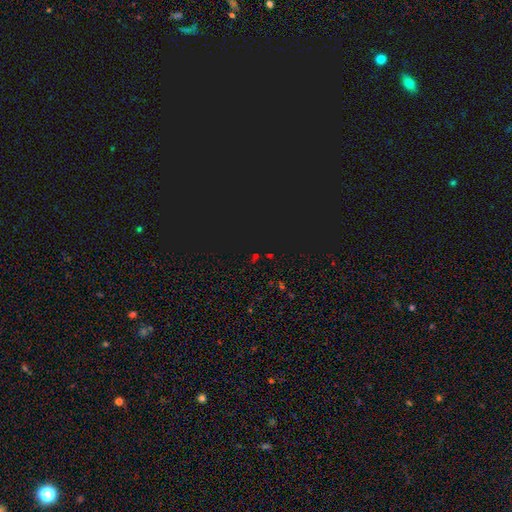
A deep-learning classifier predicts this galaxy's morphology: The model was most divided on "smooth or featured": star or artifact: 71%, smooth: 21%, featured or disk: 8%.